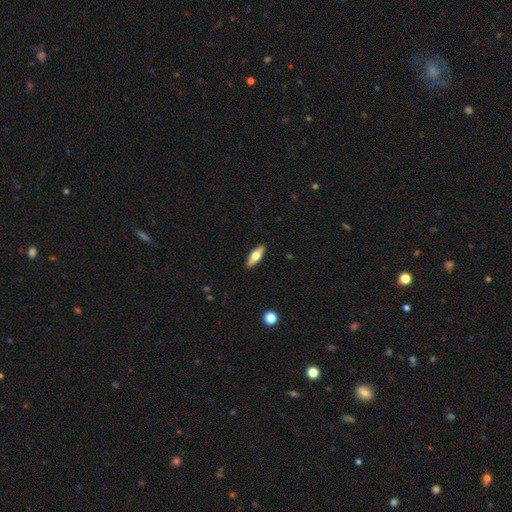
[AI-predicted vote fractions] A smooth galaxy with no disk features (54%) that is in between round and cigar-shaped (54%). Merging: none (90%).